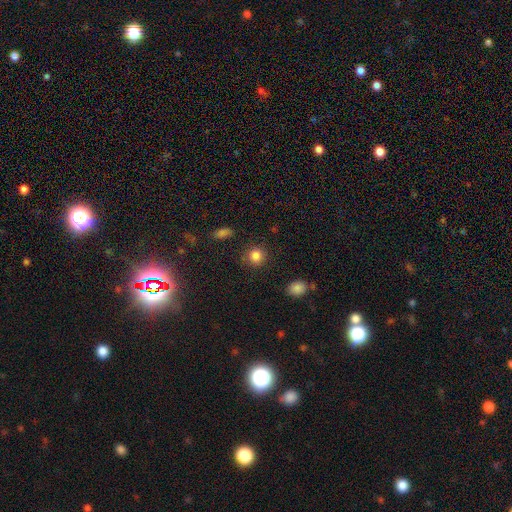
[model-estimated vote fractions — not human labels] Smooth or featured? Predicted: smooth (p=0.85). How rounded? Predicted: round (p=0.90). Merging? Predicted: none (p=0.87).